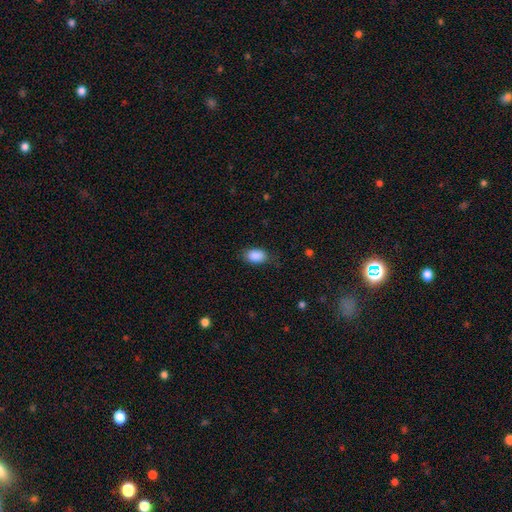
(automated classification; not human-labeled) smooth-or-featured: smooth: 89% | star or artifact: 7% | featured or disk: 4%
  how-rounded: in between: 90% | round: 8% | cigar-shaped: 1%
  merging: none: 79% | minor disturbance: 16% | major disturbance: 4% | merger: 1%